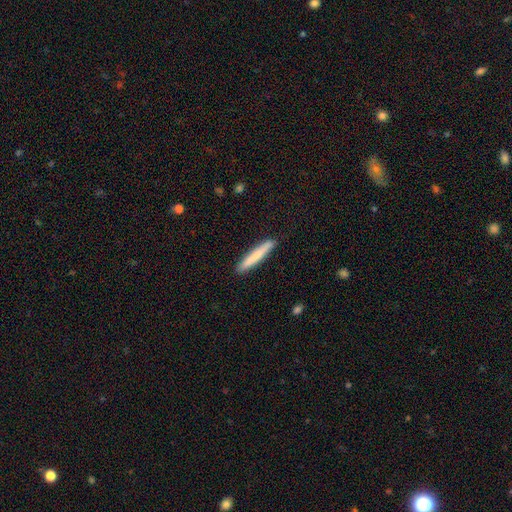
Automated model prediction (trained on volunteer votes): smooth 76%, featured or disk 19%, star or artifact 5%. Down the decision tree: how rounded — cigar-shaped (95%); merging — none (90%).